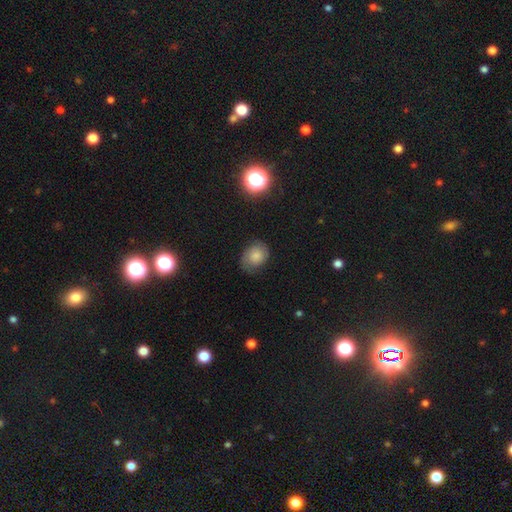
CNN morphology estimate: Q: Smooth or featured?
A: smooth (66%); runner-up: featured or disk (23%)
Q: How rounded?
A: in between (51%); runner-up: round (48%)
Q: Merging?
A: none (62%); runner-up: minor disturbance (27%)